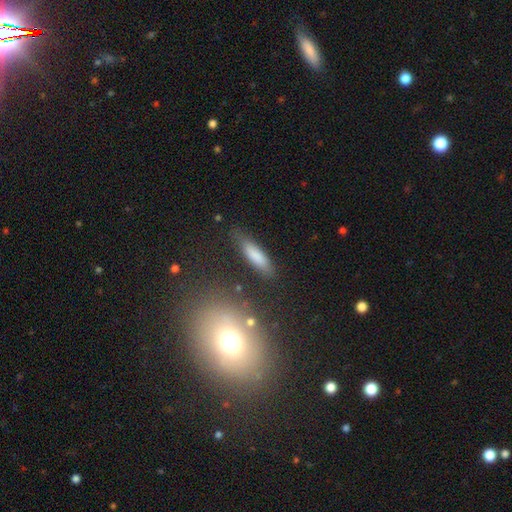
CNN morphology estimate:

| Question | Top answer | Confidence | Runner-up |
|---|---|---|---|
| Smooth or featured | smooth | 80% | featured or disk (13%) |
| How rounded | cigar-shaped | 68% | in between (30%) |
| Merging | none | 78% | minor disturbance (15%) |